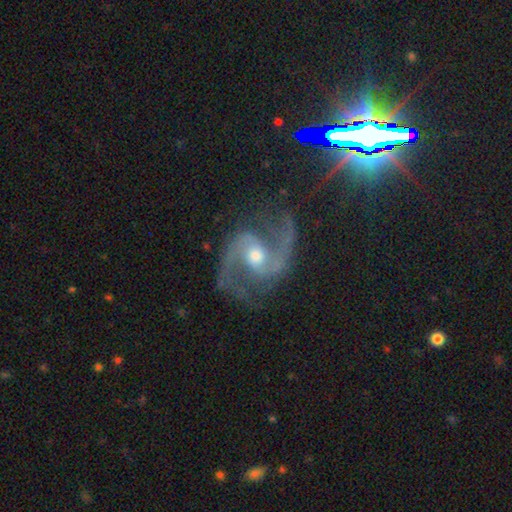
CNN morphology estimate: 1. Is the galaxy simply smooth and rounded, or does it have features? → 92% featured or disk, 5% star or artifact, 3% smooth.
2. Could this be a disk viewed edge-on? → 98% no, 2% yes.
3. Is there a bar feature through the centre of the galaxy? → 53% no, 37% weak, 10% strong.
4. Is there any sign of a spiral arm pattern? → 98% yes, 2% no.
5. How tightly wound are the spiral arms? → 58% medium, 31% loose, 11% tight.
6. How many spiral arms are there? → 93% 2, 2% 3, 2% can't tell, 1% 1, 1% 4, 1% more than 4.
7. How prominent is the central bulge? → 66% moderate, 25% small, 6% large, 2% none, 1% dominant.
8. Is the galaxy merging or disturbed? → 73% none, 16% minor disturbance, 9% major disturbance, 2% merger.